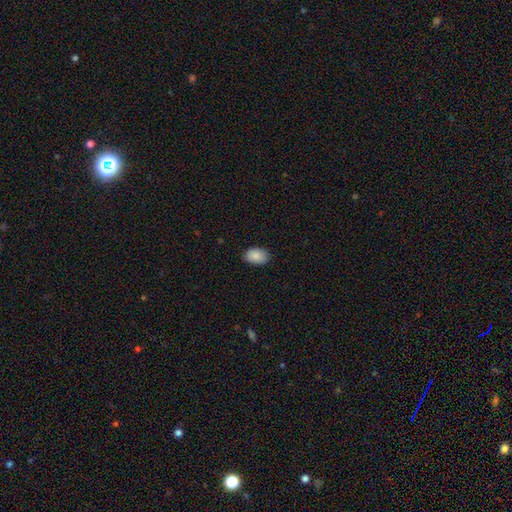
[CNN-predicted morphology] smooth 89%, star or artifact 7%, featured or disk 4%. Down the decision tree: how rounded — in between (88%); merging — none (86%).